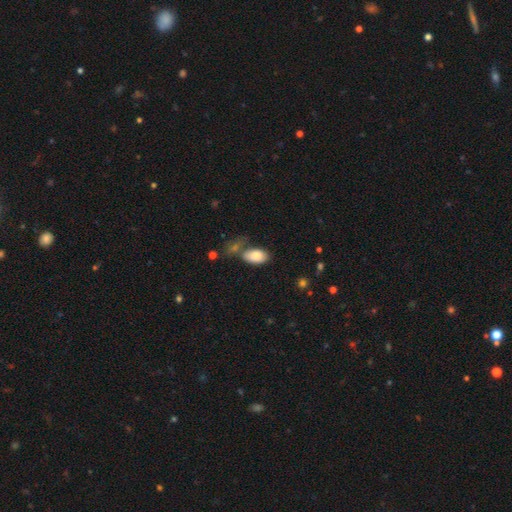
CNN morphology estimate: This is clearly a smooth galaxy (83%). How rounded: clearly in between (94%). Merging: possibly none (52%).